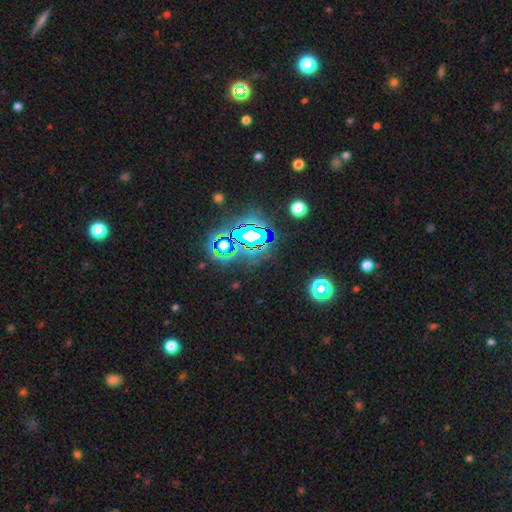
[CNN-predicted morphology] smooth_or_featured: star or artifact (p=0.74) [alt: smooth p=0.17]